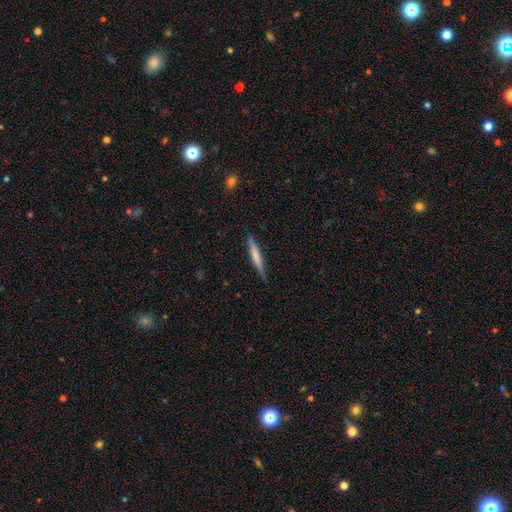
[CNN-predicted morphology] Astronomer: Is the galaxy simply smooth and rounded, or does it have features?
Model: smooth — 54% (runner-up: featured or disk, 41%).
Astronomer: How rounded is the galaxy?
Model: cigar-shaped — 95%.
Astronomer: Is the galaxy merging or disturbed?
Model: none — 88%.